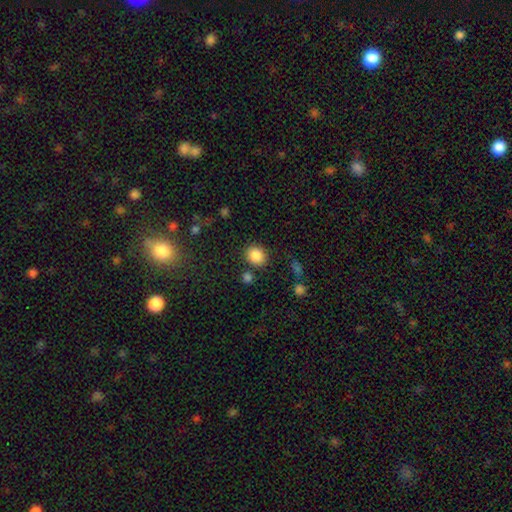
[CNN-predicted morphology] type=smooth (86%); roundness=round (75%); merging=none (82%).